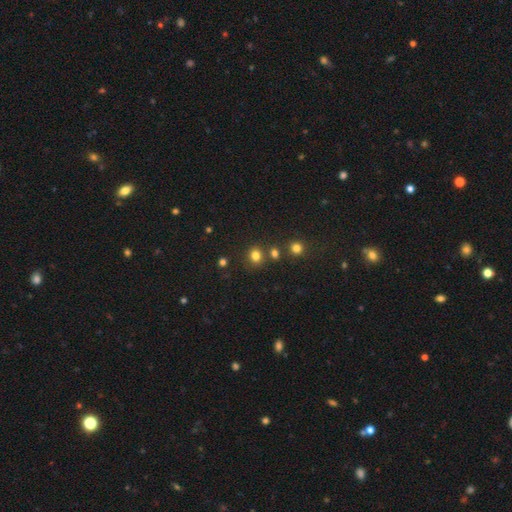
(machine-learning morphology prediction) Q: Smooth or featured?
A: smooth (78%); runner-up: star or artifact (17%)
Q: How rounded?
A: round (81%); runner-up: in between (19%)
Q: Merging?
A: none (77%); runner-up: merger (11%)